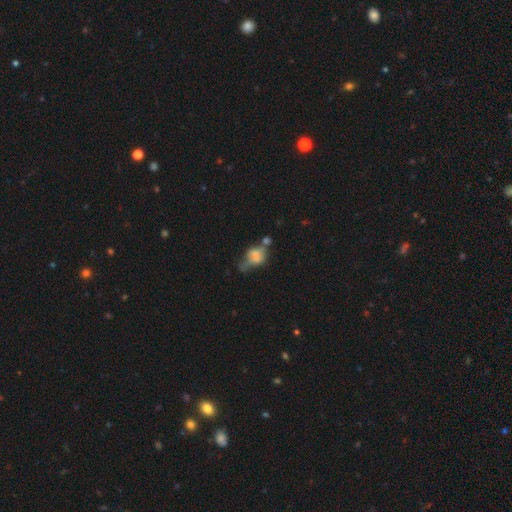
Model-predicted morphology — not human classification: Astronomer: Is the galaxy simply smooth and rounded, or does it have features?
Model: smooth — 55% (runner-up: featured or disk, 33%).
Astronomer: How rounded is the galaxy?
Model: in between — 73%.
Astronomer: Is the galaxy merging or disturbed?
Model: merger — 33% (runner-up: major disturbance, 26%).